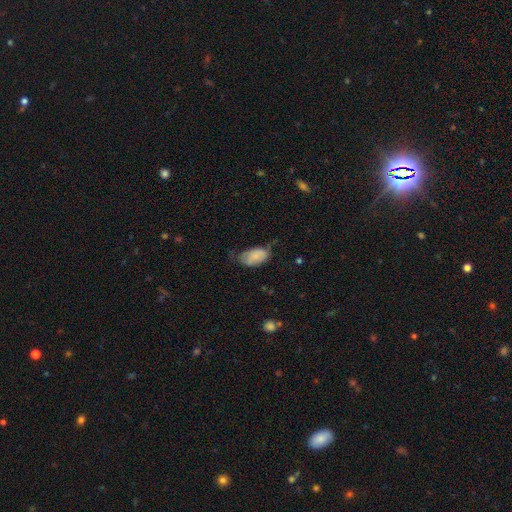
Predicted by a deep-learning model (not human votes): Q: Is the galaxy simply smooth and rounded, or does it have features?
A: smooth — 77%.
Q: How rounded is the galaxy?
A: in between — 93%.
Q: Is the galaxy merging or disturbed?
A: minor disturbance — 43%.